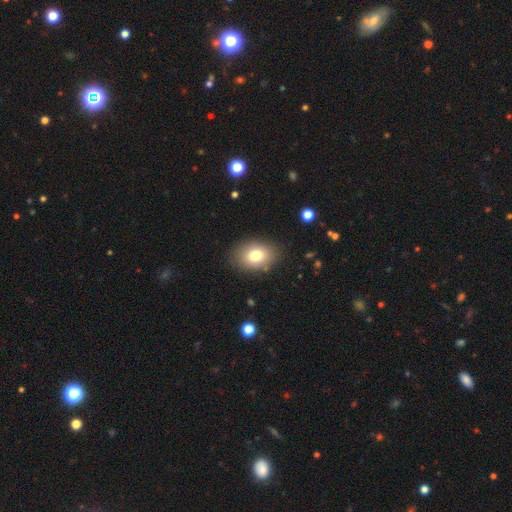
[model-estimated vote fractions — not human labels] This is likely a smooth galaxy (78%). How rounded: likely in between (78%). Merging: clearly none (85%).